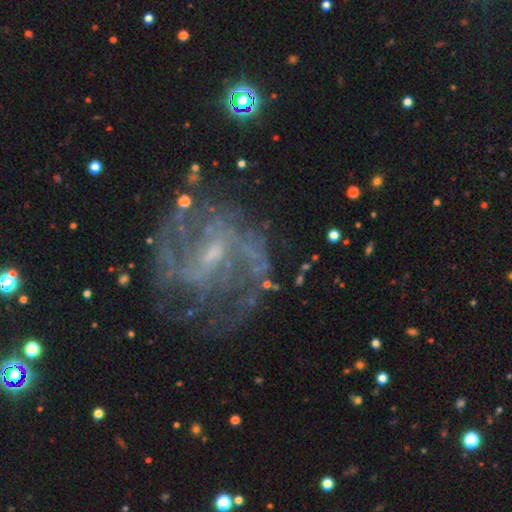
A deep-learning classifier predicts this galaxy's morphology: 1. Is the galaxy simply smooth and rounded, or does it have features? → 87% featured or disk, 8% star or artifact, 6% smooth.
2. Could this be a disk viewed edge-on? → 98% no, 2% yes.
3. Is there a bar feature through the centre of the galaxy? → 56% weak, 27% no, 18% strong.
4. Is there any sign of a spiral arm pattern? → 92% yes, 8% no.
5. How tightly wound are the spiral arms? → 46% medium, 35% tight, 19% loose.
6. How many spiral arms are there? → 37% 2, 27% can't tell, 15% 3, 8% 4, 7% 1, 7% more than 4.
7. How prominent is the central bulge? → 54% small, 29% moderate, 14% none, 2% large, 1% dominant.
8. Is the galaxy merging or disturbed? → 63% none, 17% minor disturbance, 17% major disturbance, 3% merger.